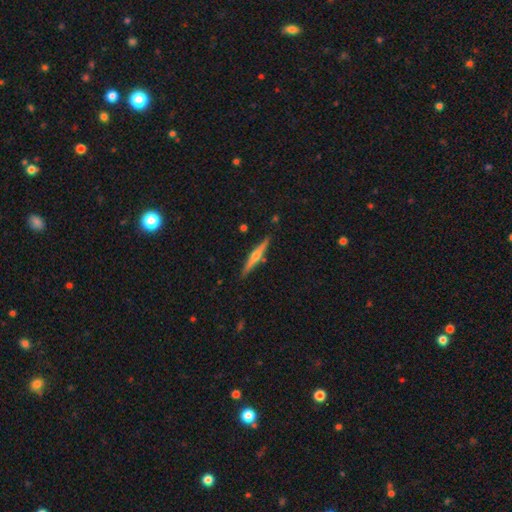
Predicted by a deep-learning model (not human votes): A featured or disk galaxy (68%) viewed edge-on (97%) with a rounded central bulge (89%). Merging: none (88%).